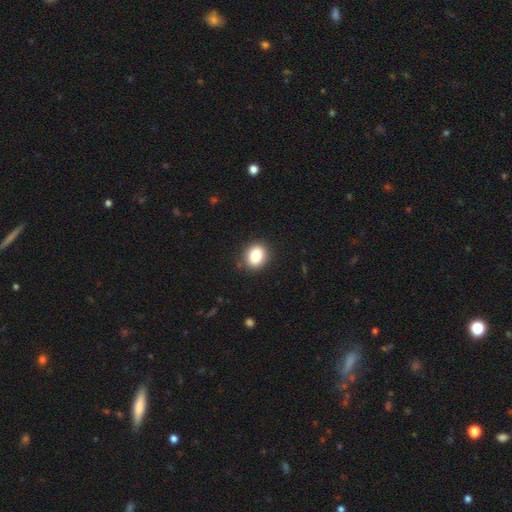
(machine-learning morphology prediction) Smooth or featured? Predicted: smooth (p=0.83). How rounded? Predicted: round (p=0.56). Merging? Predicted: none (p=0.89).